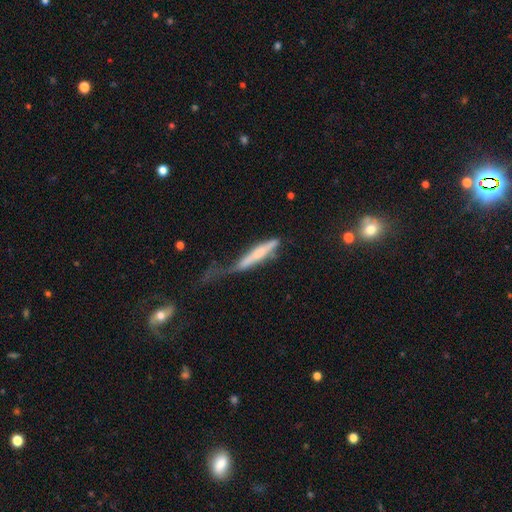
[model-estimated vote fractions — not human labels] This appears to be a smooth galaxy with no disk features (53%) that is cigar-shaped (89%). Merging: major disturbance (42%).